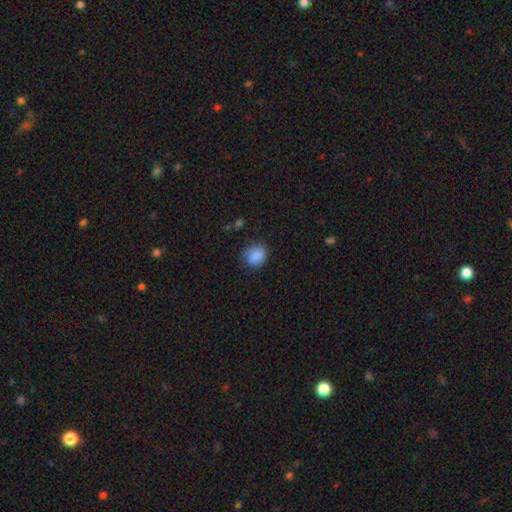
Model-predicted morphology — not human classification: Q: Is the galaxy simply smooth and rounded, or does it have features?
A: smooth — 85%.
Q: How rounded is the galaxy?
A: in between — 51%.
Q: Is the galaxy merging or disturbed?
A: none — 69%.